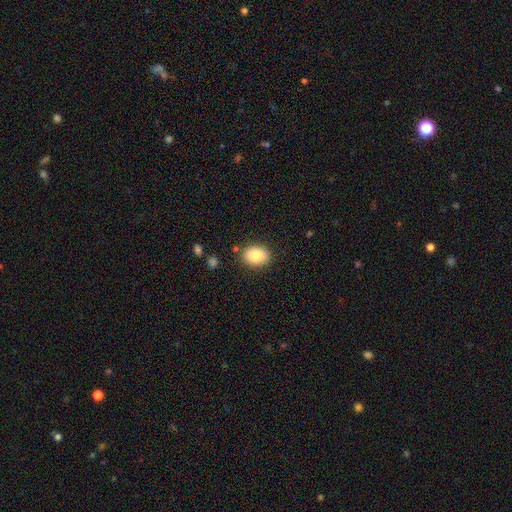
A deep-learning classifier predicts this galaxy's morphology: type=smooth (82%); roundness=in between (71%); merging=none (85%).